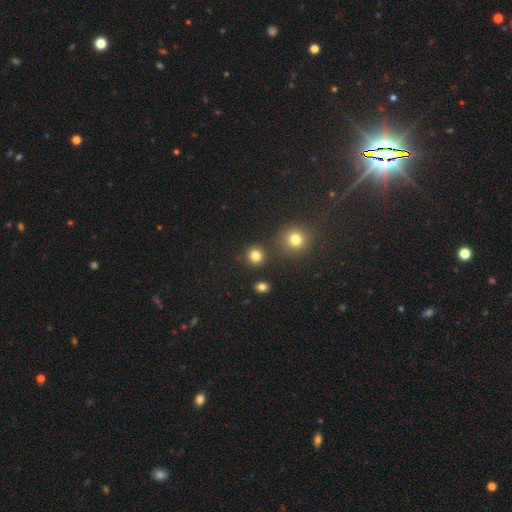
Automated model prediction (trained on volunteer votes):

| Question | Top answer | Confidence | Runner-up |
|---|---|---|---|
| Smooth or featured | smooth | 81% | star or artifact (14%) |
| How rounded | round | 90% | in between (9%) |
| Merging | none | 86% | minor disturbance (7%) |